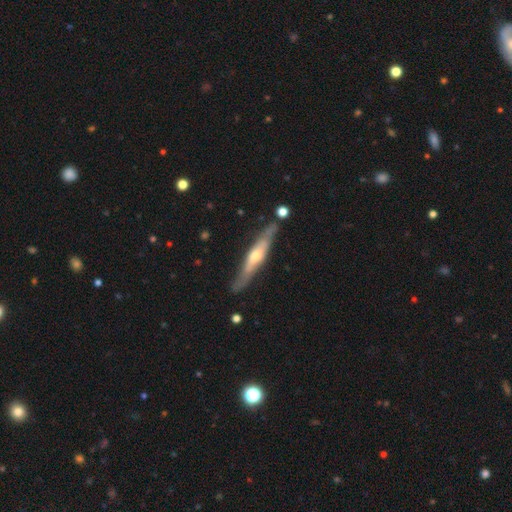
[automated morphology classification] Smooth or featured?
  - featured or disk: 69% *
  - smooth: 26%
  - star or artifact: 5%
Edge-on disk?
  - yes: 84% *
  - no: 16%
Edge-on bulge?
  - rounded: 81% *
  - none: 13%
  - boxy: 6%
Merging?
  - none: 79% *
  - minor disturbance: 15%
  - merger: 3%
  - major disturbance: 3%